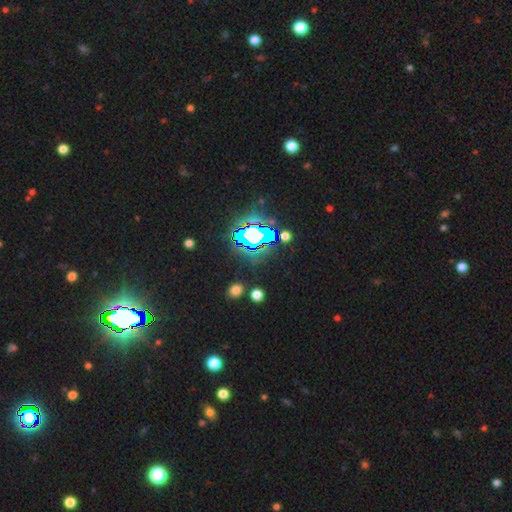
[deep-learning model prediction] Morphology: type=star or artifact (84%).